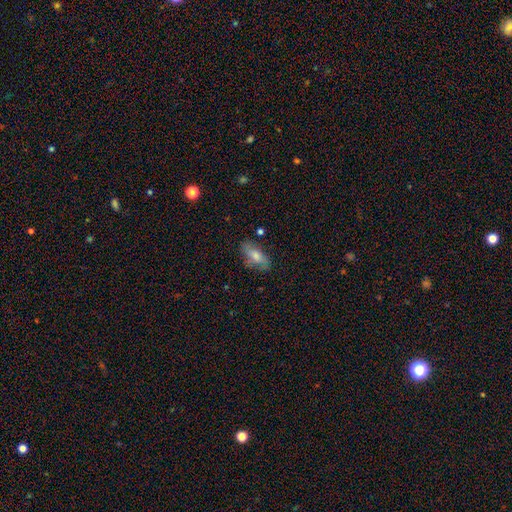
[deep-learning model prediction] smooth-or-featured: smooth: 55% | featured or disk: 34% | star or artifact: 10%
  how-rounded: in between: 79% | cigar-shaped: 17% | round: 4%
  merging: none: 73% | minor disturbance: 19% | major disturbance: 6% | merger: 2%